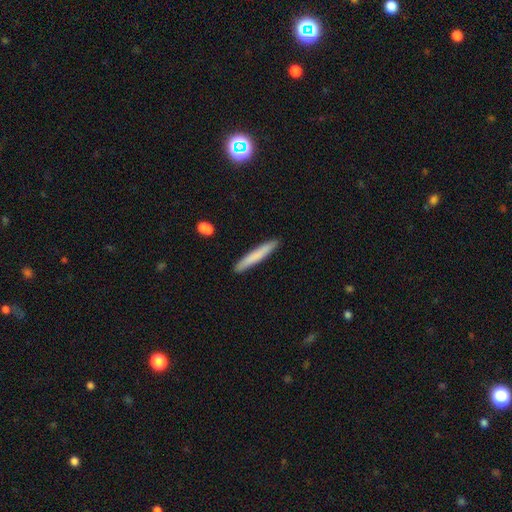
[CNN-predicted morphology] Smooth or featured? smooth (76%)
How rounded? cigar-shaped (95%)
Merging? none (91%)